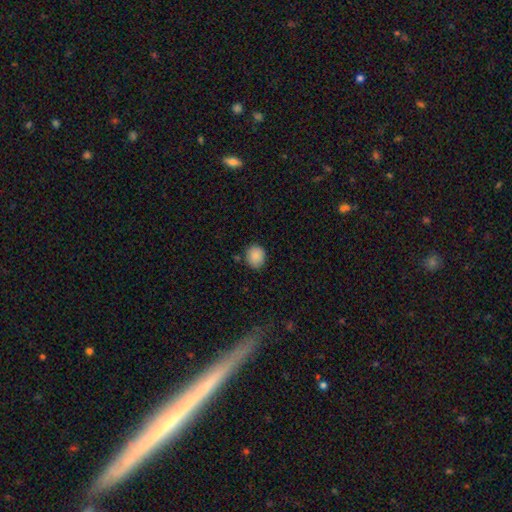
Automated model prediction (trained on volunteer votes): smooth-or-featured: smooth: 88% | star or artifact: 8% | featured or disk: 4%
  how-rounded: round: 71% | in between: 28% | cigar-shaped: 1%
  merging: none: 83% | minor disturbance: 12% | major disturbance: 2% | merger: 2%